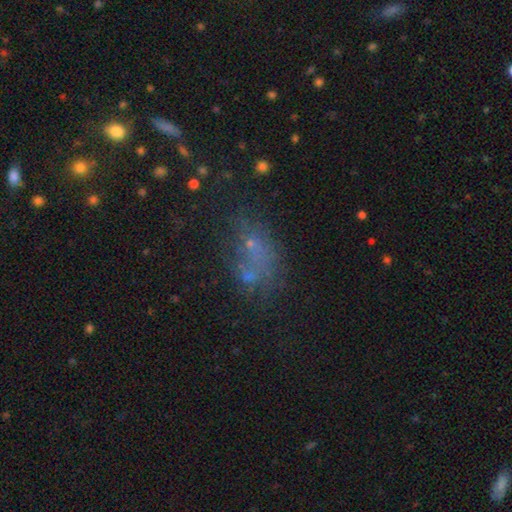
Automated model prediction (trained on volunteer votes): This appears to be a smooth galaxy with no disk features (44%). Merging: none (43%).